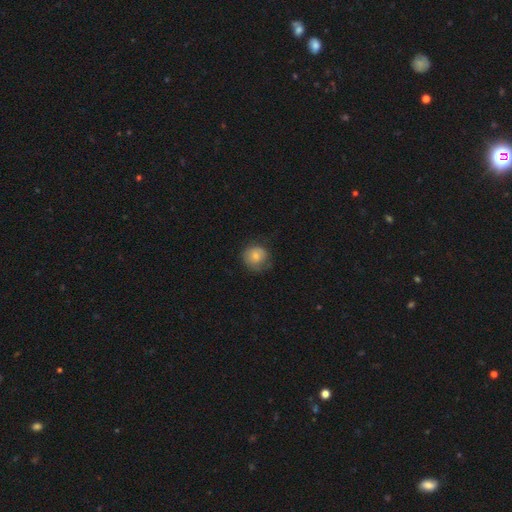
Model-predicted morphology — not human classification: Smooth or featured? smooth (75%)
How rounded? round (85%)
Merging? none (63%)